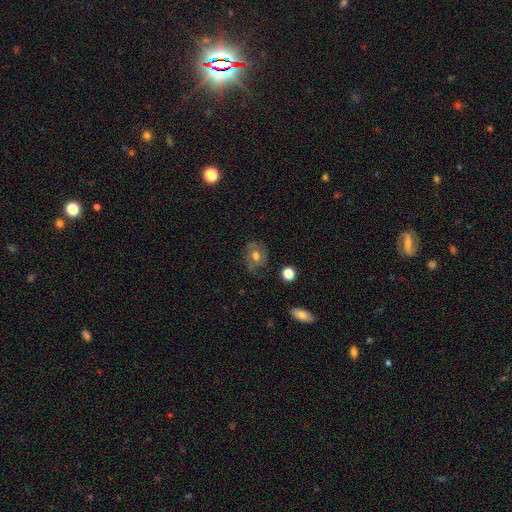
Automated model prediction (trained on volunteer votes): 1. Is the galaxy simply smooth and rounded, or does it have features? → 46% smooth, 43% featured or disk, 12% star or artifact.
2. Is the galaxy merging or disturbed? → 69% none, 21% minor disturbance, 8% major disturbance, 2% merger.